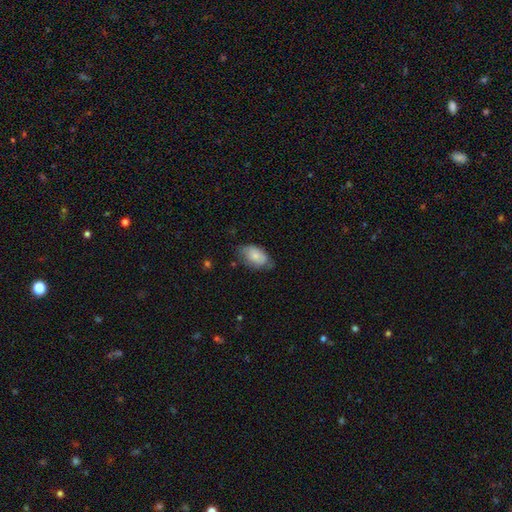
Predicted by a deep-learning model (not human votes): Smooth or featured?
  - smooth: 75% *
  - featured or disk: 18%
  - star or artifact: 7%
How rounded?
  - in between: 92% *
  - round: 6%
  - cigar-shaped: 2%
Merging?
  - none: 54% *
  - minor disturbance: 35%
  - major disturbance: 9%
  - merger: 2%